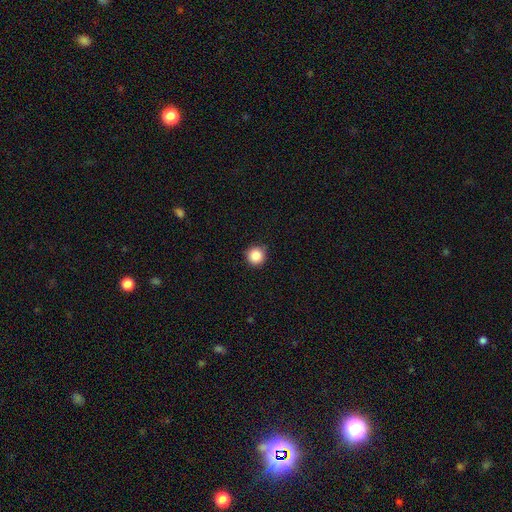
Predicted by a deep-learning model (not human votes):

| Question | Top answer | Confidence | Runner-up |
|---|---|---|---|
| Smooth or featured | smooth | 87% | star or artifact (10%) |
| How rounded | round | 96% | in between (3%) |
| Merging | none | 89% | minor disturbance (8%) |